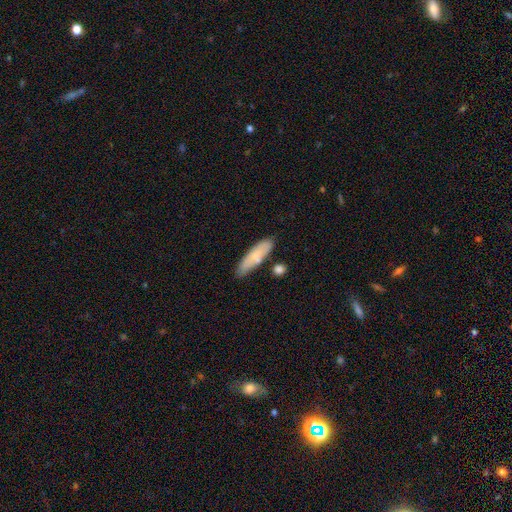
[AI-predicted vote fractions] Overall: smooth (75%). How rounded: cigar-shaped (58%; in between 39%). Merging: none (72%).